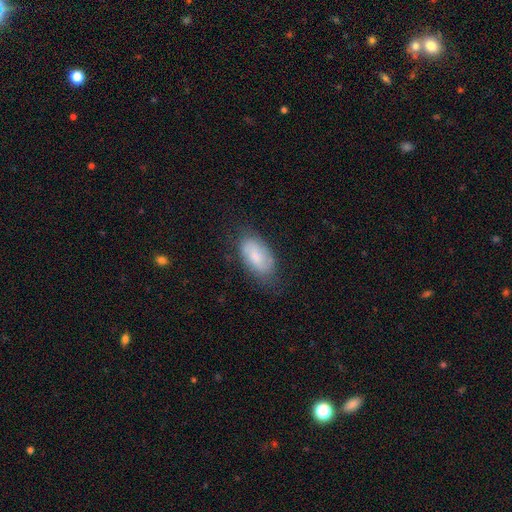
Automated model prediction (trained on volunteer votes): Morphology: type=smooth (62%); roundness=in between (93%); merging=none (68%).